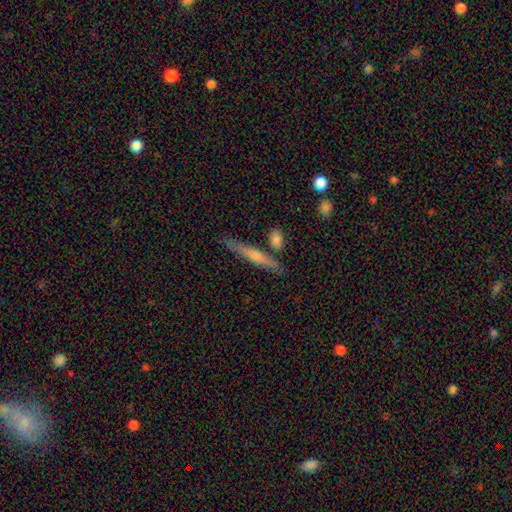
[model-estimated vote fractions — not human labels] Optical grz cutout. It shows a featured or disk galaxy (48%). Merging: none (78%).